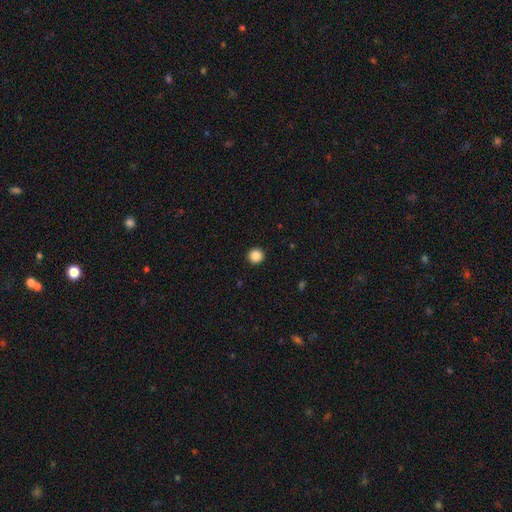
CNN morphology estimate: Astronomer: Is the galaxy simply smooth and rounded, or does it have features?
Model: smooth — 86%.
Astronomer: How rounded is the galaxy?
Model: round — 96%.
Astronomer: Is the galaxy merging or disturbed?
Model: none — 94%.